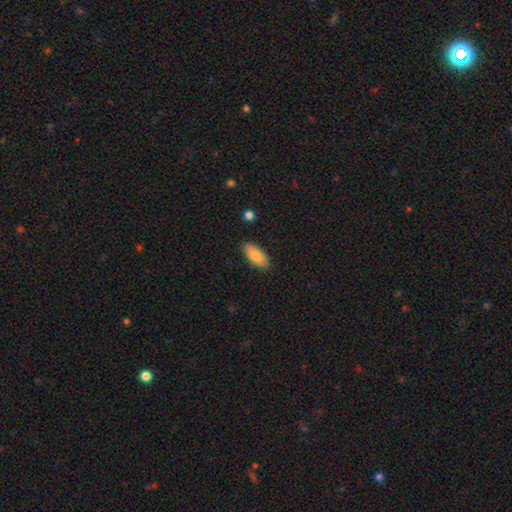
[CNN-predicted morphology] Smooth or featured: smooth — 83% (featured or disk — 11%)
How rounded: in between — 86% (cigar-shaped — 12%)
Merging: none — 85% (minor disturbance — 11%)